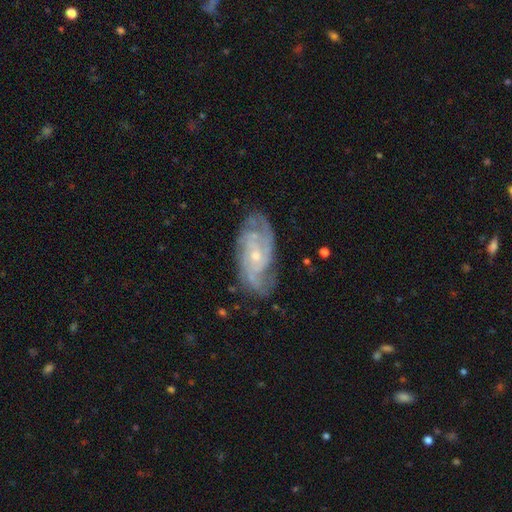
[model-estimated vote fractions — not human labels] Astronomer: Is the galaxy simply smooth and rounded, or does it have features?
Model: featured or disk — 87%.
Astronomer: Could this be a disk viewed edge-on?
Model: no — 95%.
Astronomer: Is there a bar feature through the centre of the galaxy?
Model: no — 64%.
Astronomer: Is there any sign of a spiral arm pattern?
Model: yes — 96%.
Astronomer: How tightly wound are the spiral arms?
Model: tight — 53% (runner-up: medium, 38%).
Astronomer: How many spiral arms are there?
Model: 2 — 27%, tied with 3 at 27%.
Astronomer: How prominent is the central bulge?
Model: small — 67%.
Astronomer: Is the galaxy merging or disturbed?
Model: none — 73%.